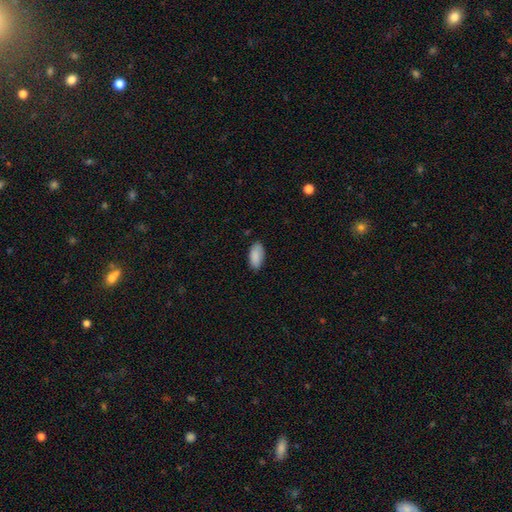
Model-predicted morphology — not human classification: Smooth or featured? smooth (89%)
How rounded? in between (93%)
Merging? none (82%)